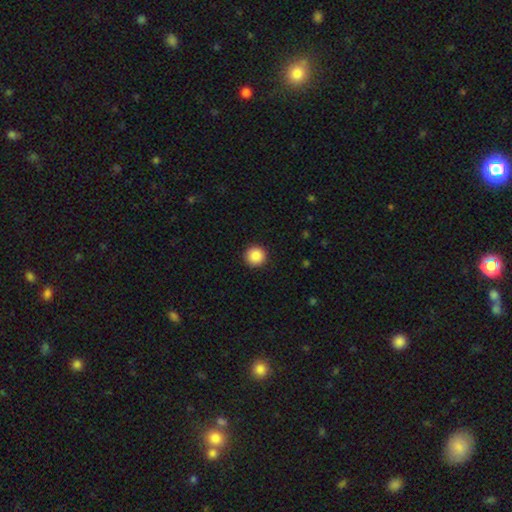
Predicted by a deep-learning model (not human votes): Smooth or featured? Predicted: smooth (p=0.88). How rounded? Predicted: round (p=0.96). Merging? Predicted: none (p=0.93).